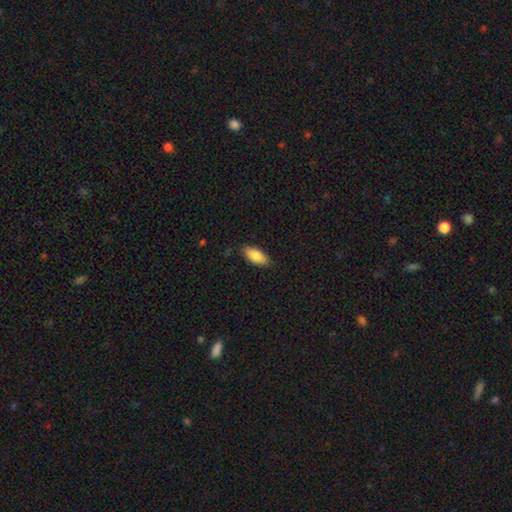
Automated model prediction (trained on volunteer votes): This appears to be a smooth galaxy with no disk features (87%) that is in between round and cigar-shaped (88%). Merging: none (85%).